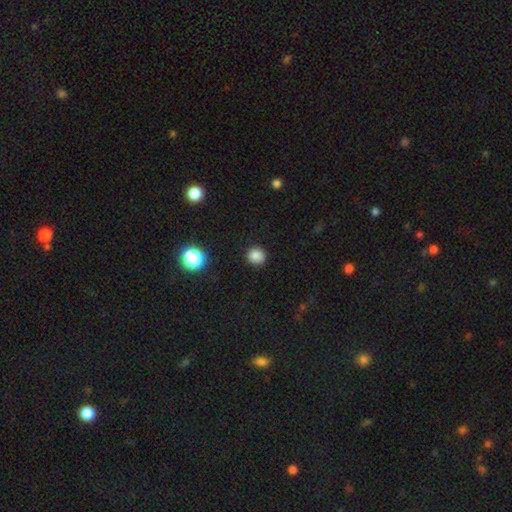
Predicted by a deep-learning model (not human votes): Morphology: type=smooth (84%); roundness=round (86%); merging=none (88%).